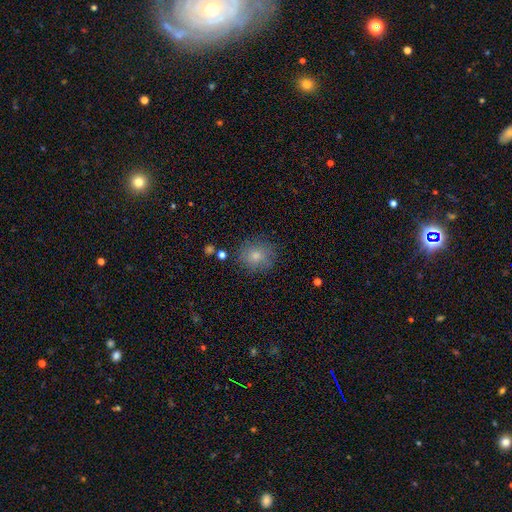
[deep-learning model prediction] Morphology: type=smooth (68%); roundness=round (84%); merging=none (84%).